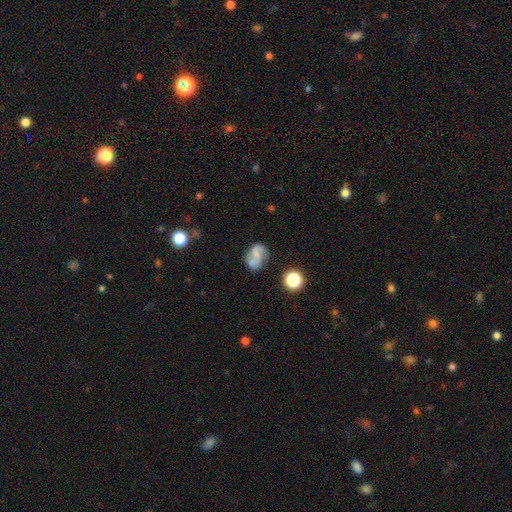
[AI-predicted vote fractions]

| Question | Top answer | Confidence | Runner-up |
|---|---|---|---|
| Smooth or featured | featured or disk | 58% | smooth (31%) |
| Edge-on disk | no | 97% | yes (3%) |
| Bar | no | 49% | weak (37%) |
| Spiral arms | yes | 86% | no (14%) |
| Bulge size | none | 46% | small (36%) |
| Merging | none | 64% | minor disturbance (20%) |